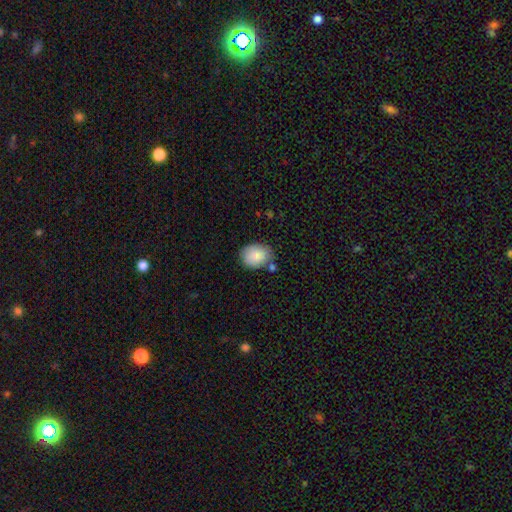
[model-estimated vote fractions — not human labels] A smooth galaxy with no disk features (88%) that is in between round and cigar-shaped (66%). Merging: none (70%).